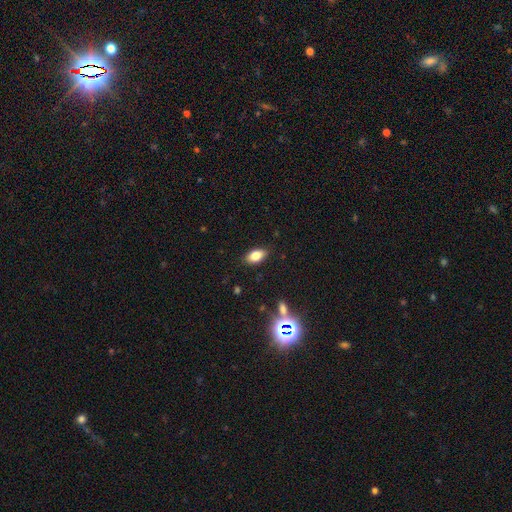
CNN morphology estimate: Smooth or featured: smooth — 78% (featured or disk — 11%)
How rounded: in between — 90% (round — 5%)
Merging: none — 86% (minor disturbance — 10%)